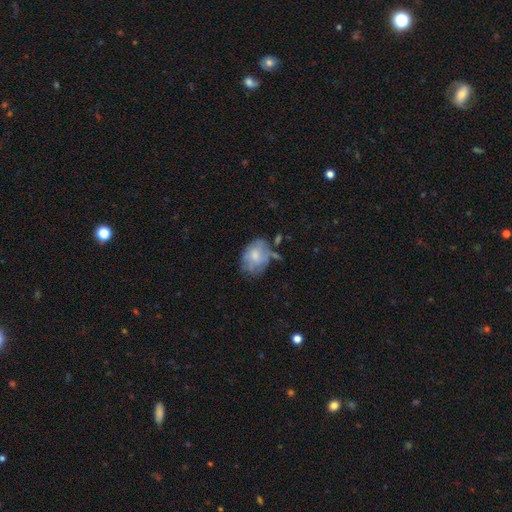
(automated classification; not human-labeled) Q: Smooth or featured?
A: smooth (56%); runner-up: featured or disk (36%)
Q: How rounded?
A: in between (72%); runner-up: round (26%)
Q: Merging?
A: none (43%); runner-up: minor disturbance (31%)